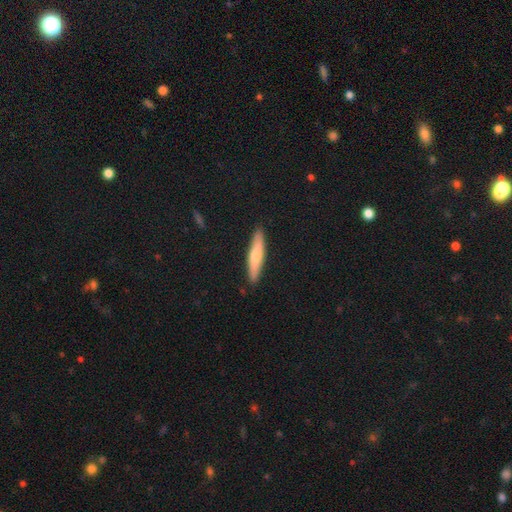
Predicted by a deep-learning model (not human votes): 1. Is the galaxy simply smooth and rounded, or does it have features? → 70% smooth, 25% featured or disk, 5% star or artifact.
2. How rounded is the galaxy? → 86% cigar-shaped, 12% in between, 1% round.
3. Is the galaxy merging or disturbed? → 90% none, 8% minor disturbance, 1% major disturbance, 1% merger.